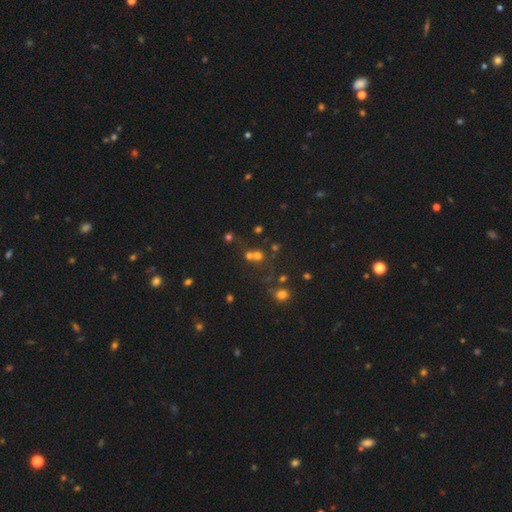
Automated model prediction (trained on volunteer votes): smooth-or-featured: smooth: 58% | star or artifact: 28% | featured or disk: 14%
  how-rounded: round: 86% | in between: 13% | cigar-shaped: 1%
  merging: none: 48% | merger: 39% | minor disturbance: 8% | major disturbance: 5%